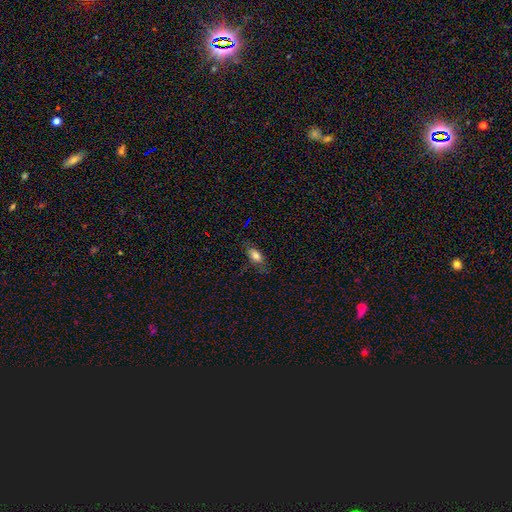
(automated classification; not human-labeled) smooth_or_featured: smooth (p=0.75) [alt: featured or disk p=0.16]
how_rounded: in between (p=0.84) [alt: cigar-shaped p=0.10]
merging: none (p=0.70) [alt: minor disturbance p=0.21]